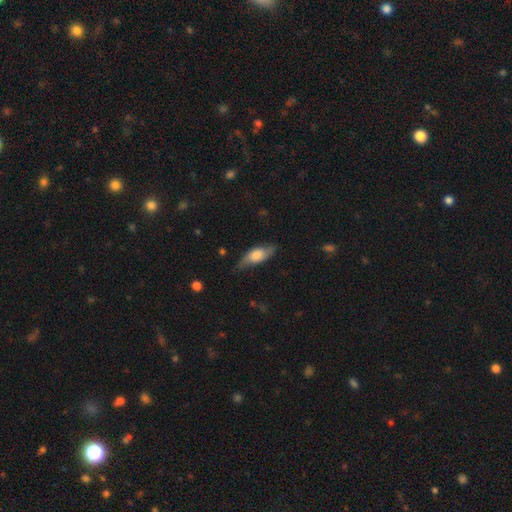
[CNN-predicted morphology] Smooth or featured? Predicted: smooth (p=0.55). How rounded? Predicted: in between (p=0.71). Merging? Predicted: none (p=0.69).